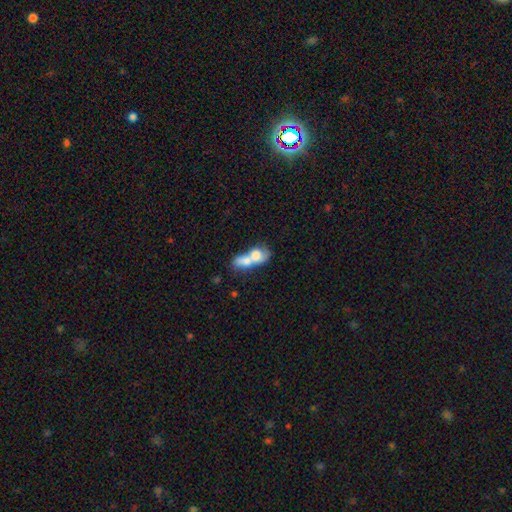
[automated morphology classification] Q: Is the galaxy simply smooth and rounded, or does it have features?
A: smooth — 63%.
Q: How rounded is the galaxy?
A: in between — 63%.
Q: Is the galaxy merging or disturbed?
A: merger — 79%.